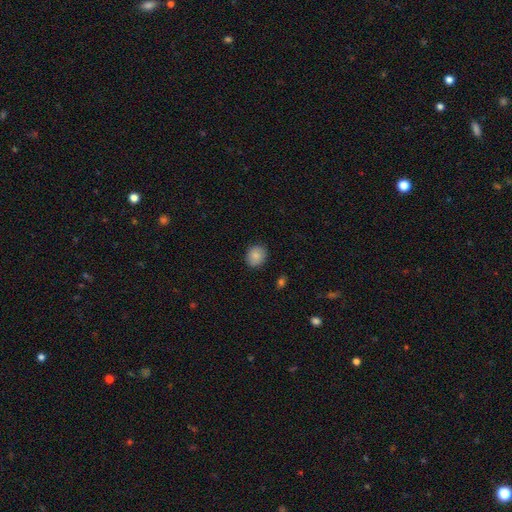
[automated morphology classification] smooth-or-featured: smooth: 86% | star or artifact: 8% | featured or disk: 6%
  how-rounded: round: 67% | in between: 32% | cigar-shaped: 1%
  merging: none: 87% | minor disturbance: 9% | major disturbance: 2% | merger: 1%